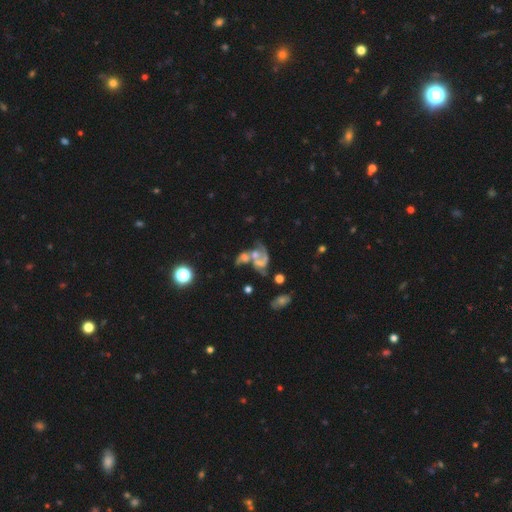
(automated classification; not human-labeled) Smooth or featured? featured or disk (65%)
Edge-on disk? no (96%)
Bar? no (69%)
Spiral arms? yes (73%)
Bulge size? small (37%)
Merging? merger (54%)